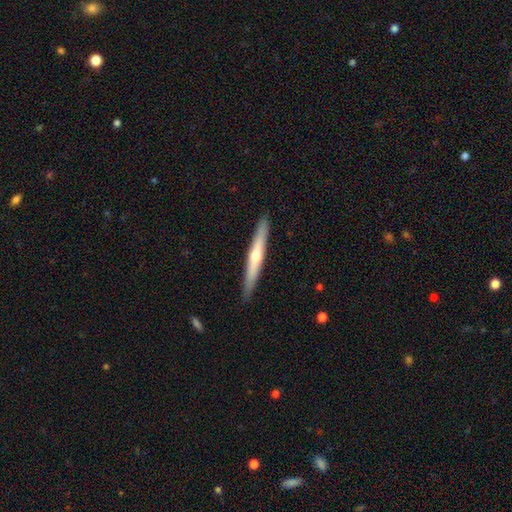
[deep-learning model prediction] This is possibly a featured or disk galaxy (56%). It is clearly viewed edge-on (95%). Edge-on bulge: likely rounded (80%). Merging: clearly none (91%).